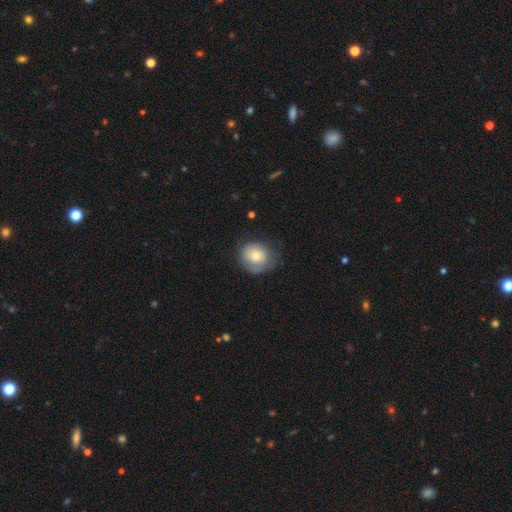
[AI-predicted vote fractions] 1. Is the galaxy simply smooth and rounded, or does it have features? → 71% smooth, 22% featured or disk, 7% star or artifact.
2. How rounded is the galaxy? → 70% round, 29% in between, 1% cigar-shaped.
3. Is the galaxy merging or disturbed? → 62% none, 26% minor disturbance, 11% major disturbance, 1% merger.